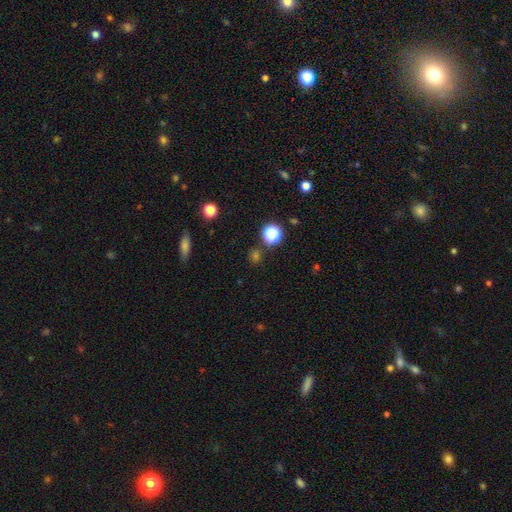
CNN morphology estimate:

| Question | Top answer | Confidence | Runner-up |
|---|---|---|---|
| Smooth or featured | smooth | 54% | star or artifact (39%) |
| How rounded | round | 86% | in between (12%) |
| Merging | none | 84% | minor disturbance (8%) |